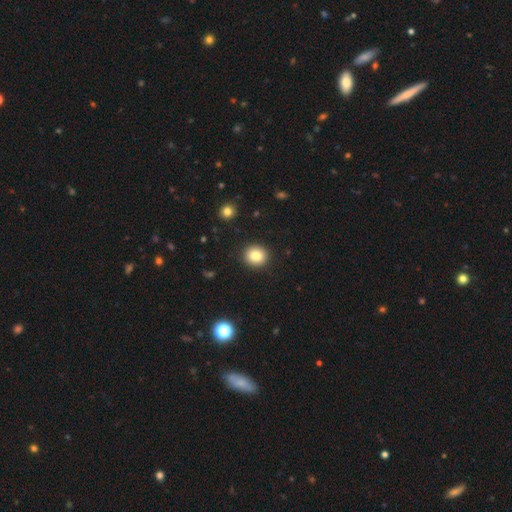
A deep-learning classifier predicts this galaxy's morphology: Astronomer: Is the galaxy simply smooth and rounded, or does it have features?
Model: smooth — 83%.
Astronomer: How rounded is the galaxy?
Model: round — 86%.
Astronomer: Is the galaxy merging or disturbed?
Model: none — 91%.